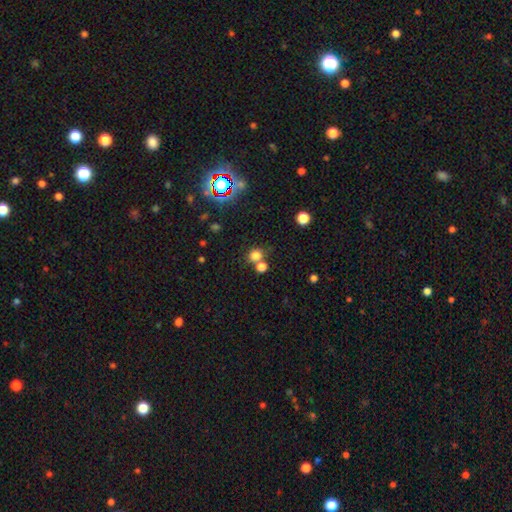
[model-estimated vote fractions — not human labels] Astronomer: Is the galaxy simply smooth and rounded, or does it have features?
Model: smooth — 74%.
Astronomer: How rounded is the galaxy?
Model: round — 83%.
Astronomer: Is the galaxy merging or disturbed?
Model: none — 59%.